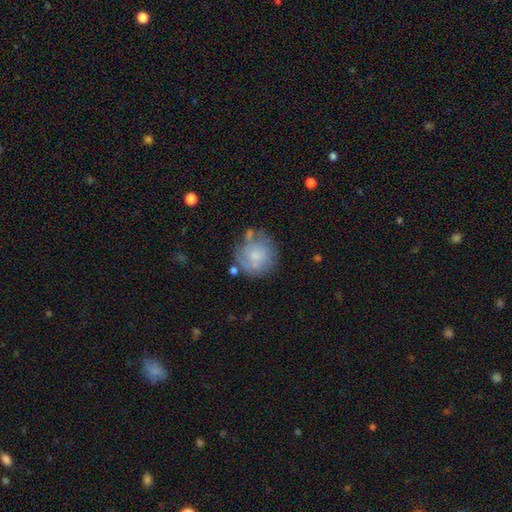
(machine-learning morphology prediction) Overall: smooth (60%; featured or disk 32%). How rounded: round (89%). Merging: none (56%; minor disturbance 23%).